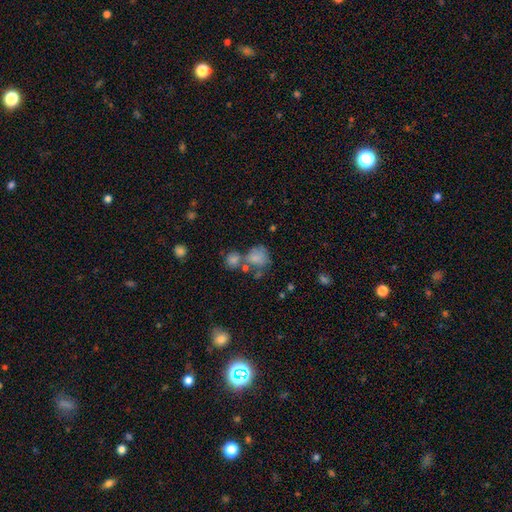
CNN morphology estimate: Q: Smooth or featured?
A: smooth (68%); runner-up: star or artifact (17%)
Q: How rounded?
A: round (70%); runner-up: in between (28%)
Q: Merging?
A: none (42%); runner-up: merger (31%)